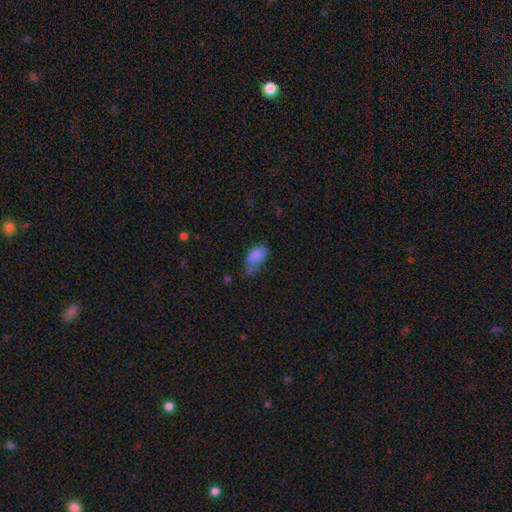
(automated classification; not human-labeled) Smooth or featured: smooth — 80% (featured or disk — 11%)
How rounded: in between — 92% (round — 5%)
Merging: minor disturbance — 43% (none — 28%)